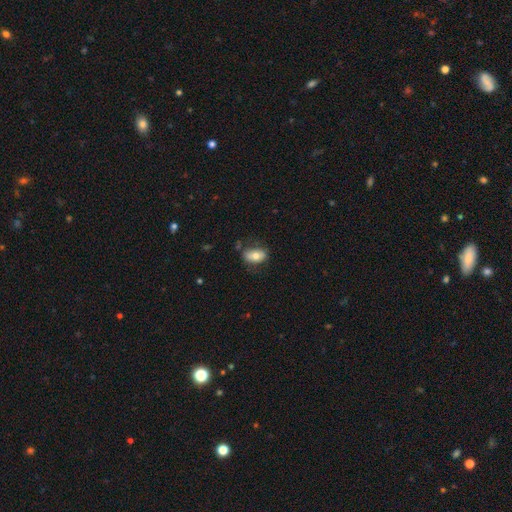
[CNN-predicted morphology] A smooth galaxy with no disk features (72%) that is in between round and cigar-shaped (89%). Merging: none (70%).